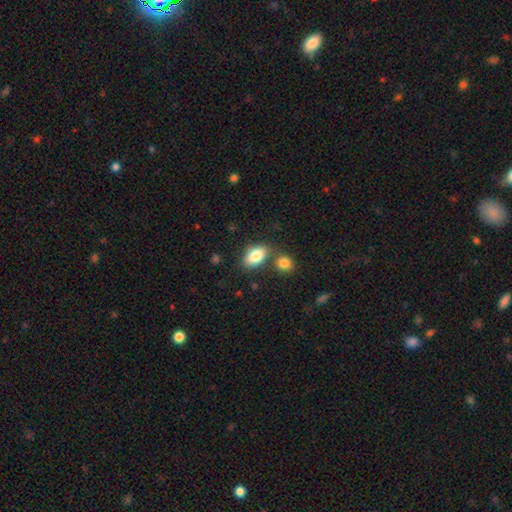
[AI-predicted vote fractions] Smooth or featured? smooth (84%)
How rounded? in between (90%)
Merging? none (63%)